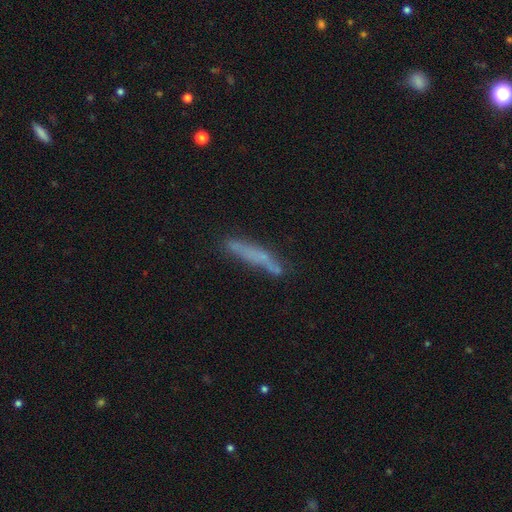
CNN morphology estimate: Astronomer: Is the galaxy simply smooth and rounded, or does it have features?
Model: smooth — 56% (runner-up: featured or disk, 33%).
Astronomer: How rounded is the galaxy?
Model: cigar-shaped — 92%.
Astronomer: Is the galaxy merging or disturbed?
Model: none — 70%.